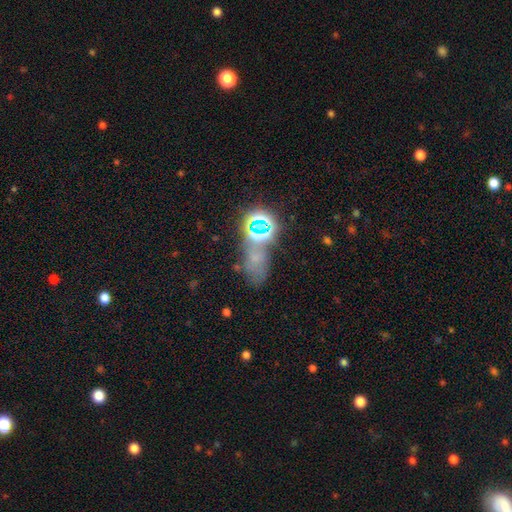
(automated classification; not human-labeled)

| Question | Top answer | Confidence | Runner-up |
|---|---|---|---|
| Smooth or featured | star or artifact | 59% | smooth (27%) |